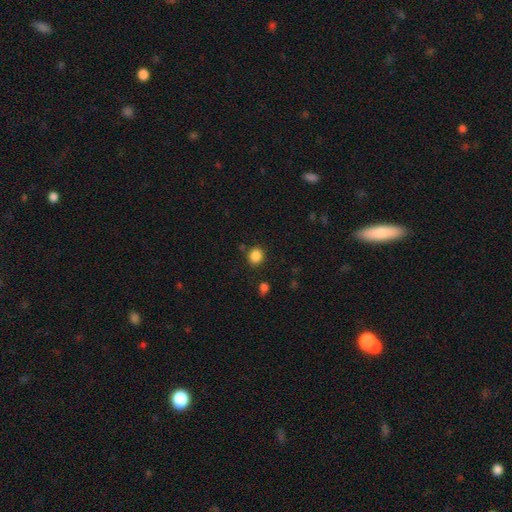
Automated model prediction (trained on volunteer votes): This appears to be a smooth galaxy with no disk features (86%) that is round (75%). Merging: none (85%).